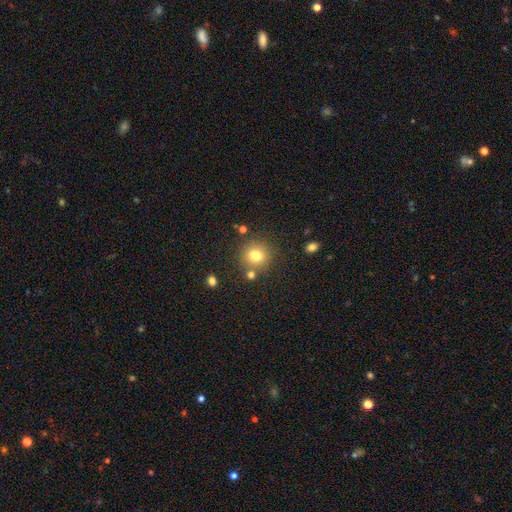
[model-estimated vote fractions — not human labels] This is likely a smooth galaxy (77%). How rounded: clearly round (92%). Merging: clearly none (80%).